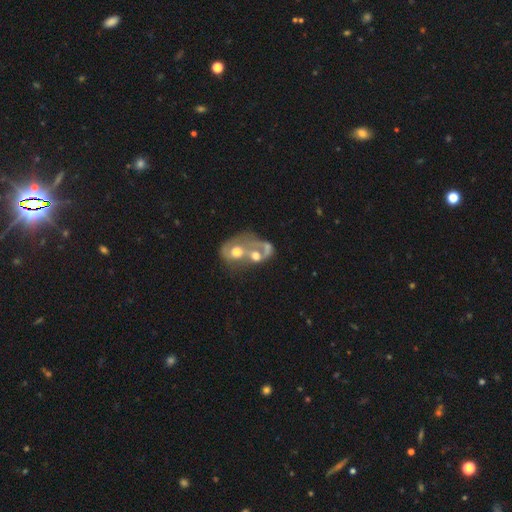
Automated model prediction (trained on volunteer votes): This appears to be a featured or disk galaxy (55%) with no bar (82%), no spiral arms (60%) and a moderate central bulge (58%). Merging: merger (76%).